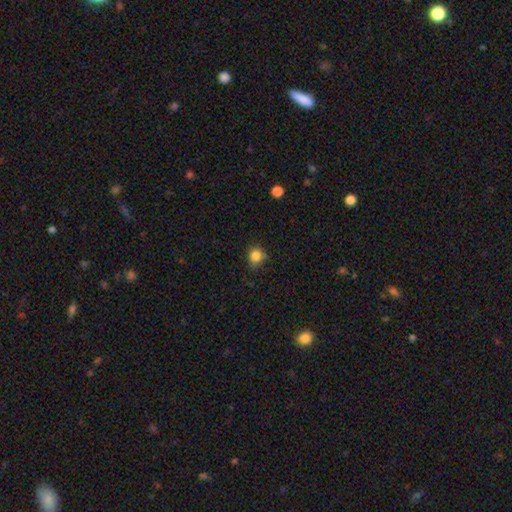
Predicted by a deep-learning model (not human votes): Overall: smooth (83%). How rounded: round (79%). Merging: none (72%).